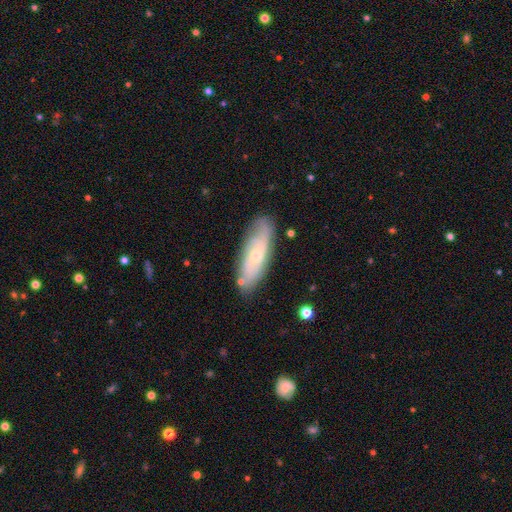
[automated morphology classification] Smooth or featured? Predicted: featured or disk (p=0.59). Edge-on disk? Predicted: no (p=0.79). Merging? Predicted: none (p=0.78).